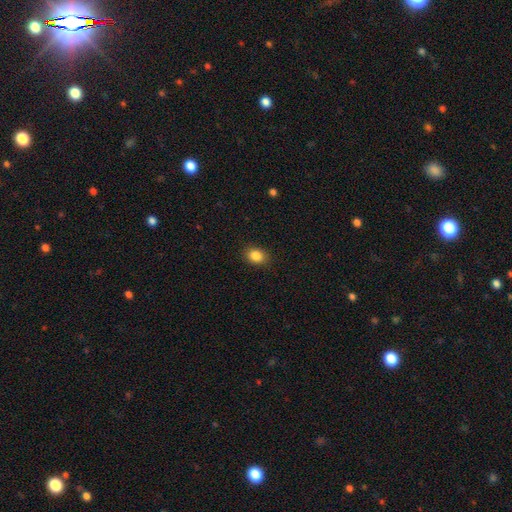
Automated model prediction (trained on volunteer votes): This is clearly a smooth galaxy (86%). How rounded: possibly in between (59%). Merging: clearly none (88%).